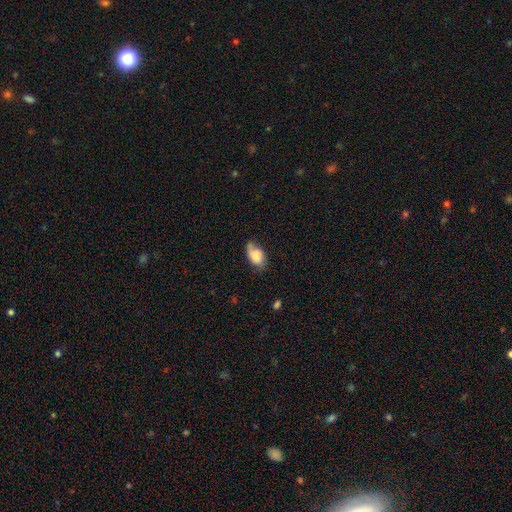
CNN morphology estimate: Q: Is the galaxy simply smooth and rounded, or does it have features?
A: smooth — 74%.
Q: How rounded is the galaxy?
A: in between — 91%.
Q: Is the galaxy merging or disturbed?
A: none — 53%.